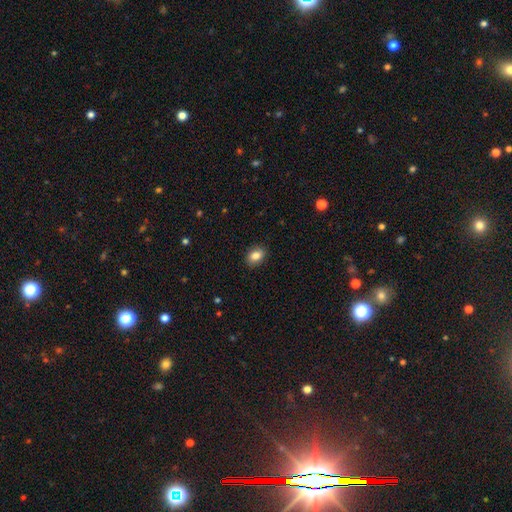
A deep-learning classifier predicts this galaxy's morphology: Smooth or featured: smooth — 85% (star or artifact — 9%)
How rounded: in between — 68% (round — 31%)
Merging: none — 88% (minor disturbance — 9%)